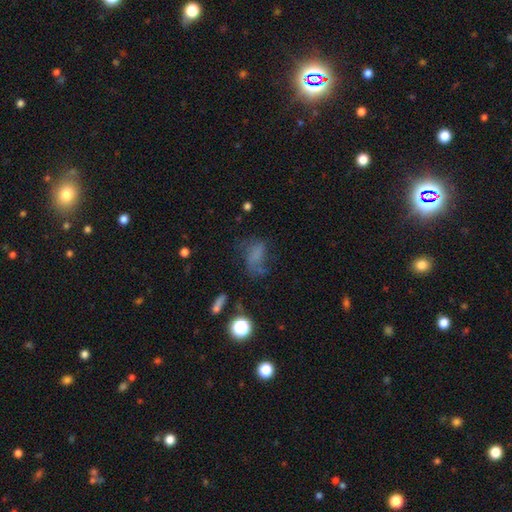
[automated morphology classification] A smooth galaxy with no disk features (51%) that is in between round and cigar-shaped (75%). Merging: none (42%).